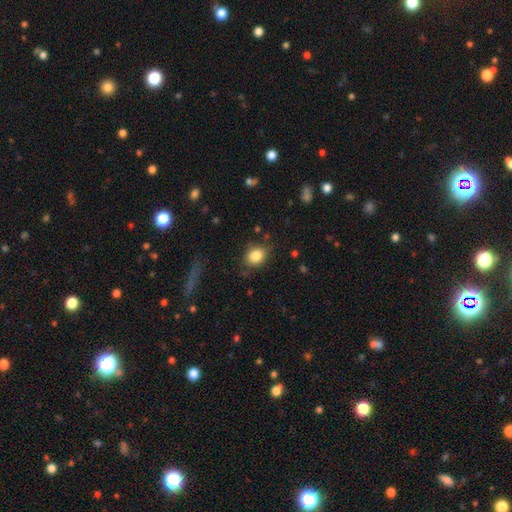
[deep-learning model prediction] smooth 85%, star or artifact 9%, featured or disk 6%. Down the decision tree: how rounded — round (52%); merging — none (80%).